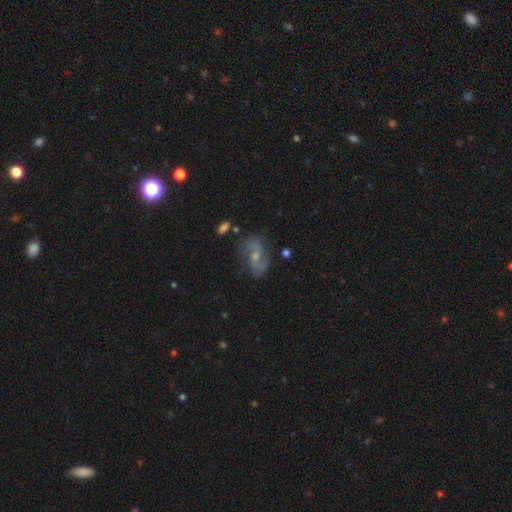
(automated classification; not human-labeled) Smooth or featured: featured or disk — 76% (smooth — 15%)
Edge-on disk: no — 96% (yes — 4%)
Bar: weak — 45% (no — 43%)
Spiral arms: yes — 91% (no — 9%)
Spiral winding: loose — 44% (medium — 41%)
Spiral arm count: 2 — 88% (can't tell — 6%)
Bulge size: small — 53% (moderate — 39%)
Merging: none — 74% (minor disturbance — 17%)